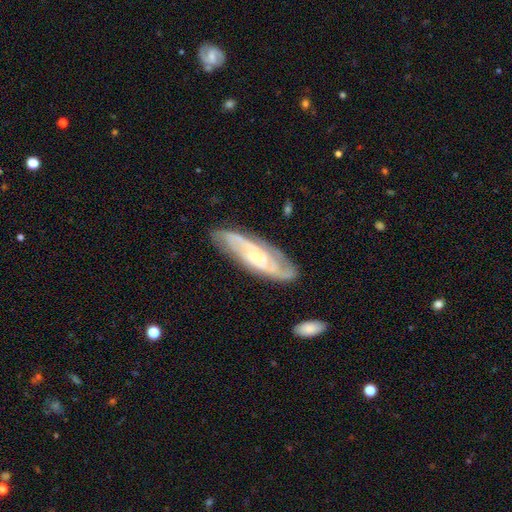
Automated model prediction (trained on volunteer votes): The model was most divided on "spiral winding": tight: 46%, medium: 41%, loose: 13%. Remaining: spiral arms — yes (94%); edge-on disk — no (85%); smooth or featured — featured or disk (82%); merging — none (77%); bulge size — small (69%); bar — no (61%); spiral arm count — 2 (48%).